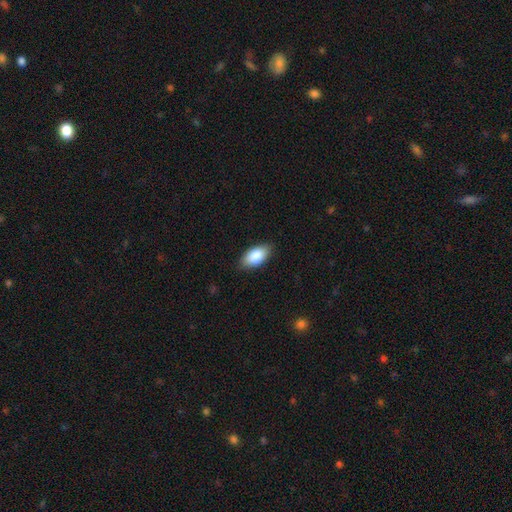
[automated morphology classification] smooth 86%, featured or disk 8%, star or artifact 6%. Down the decision tree: how rounded — in between (93%); merging — none (85%).